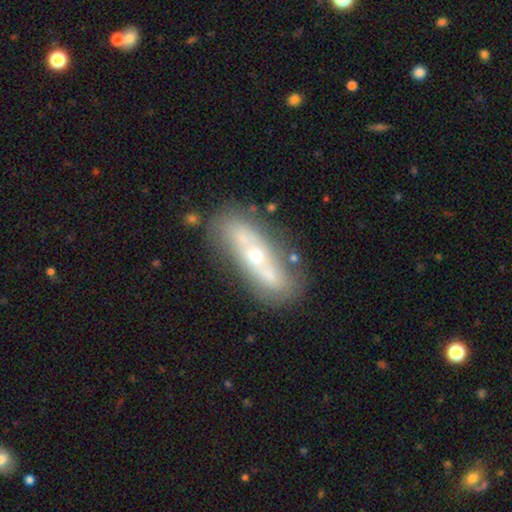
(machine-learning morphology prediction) smooth-or-featured: featured or disk: 58% | smooth: 34% | star or artifact: 8%
  disk-edge-on: no: 70% | yes: 30%
  merging: none: 63% | minor disturbance: 17% | merger: 13% | major disturbance: 7%